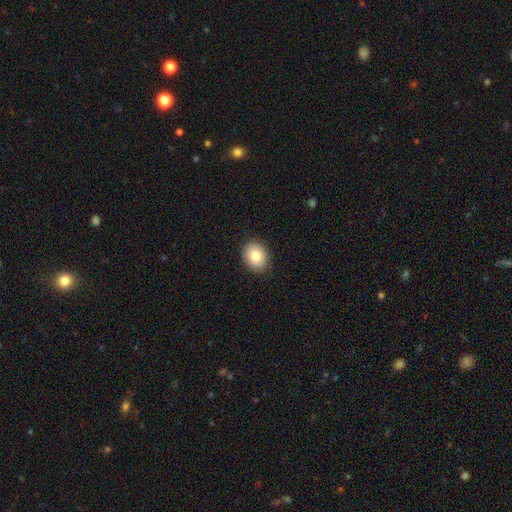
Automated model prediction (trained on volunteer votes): Smooth or featured: smooth — 81% (featured or disk — 11%)
How rounded: in between — 55% (round — 44%)
Merging: none — 89% (minor disturbance — 8%)